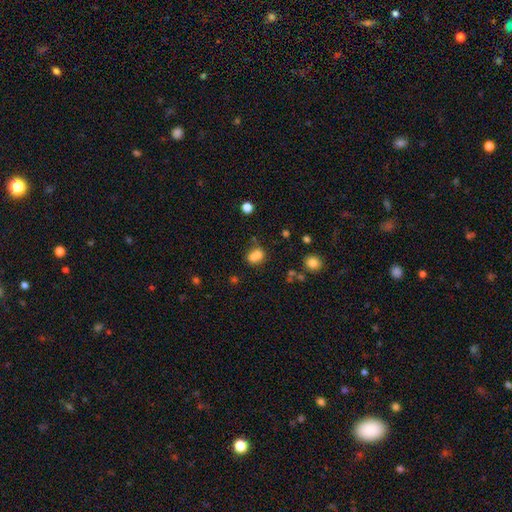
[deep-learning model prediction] Smooth or featured: smooth — 72% (featured or disk — 15%)
How rounded: round — 63% (in between — 36%)
Merging: merger — 53% (none — 34%)